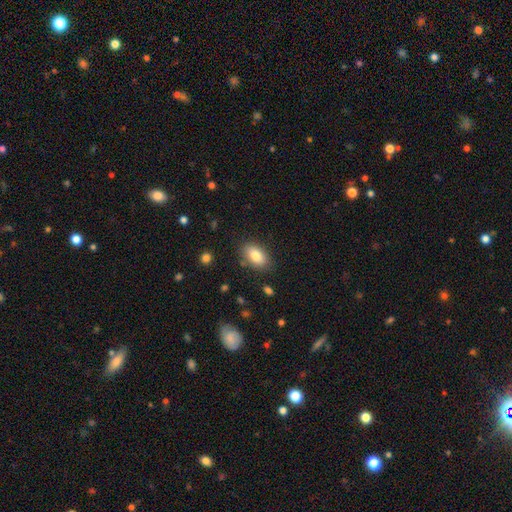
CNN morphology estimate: The model was most divided on "smooth or featured": smooth: 81%, featured or disk: 11%, star or artifact: 8%. More confident: how rounded — in between (91%); merging — none (84%).